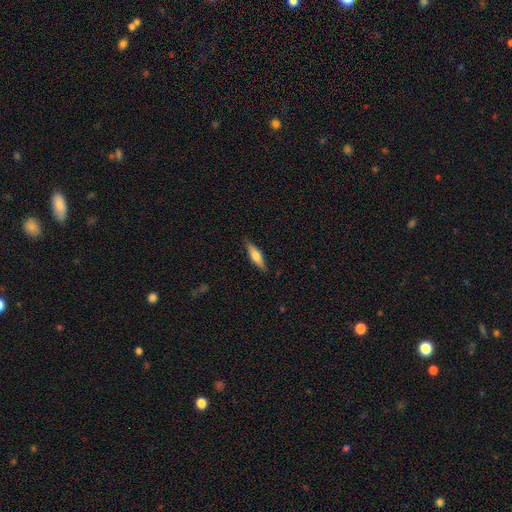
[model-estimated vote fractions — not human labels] A smooth galaxy with no disk features (57%) that is cigar-shaped (65%). Merging: none (86%).